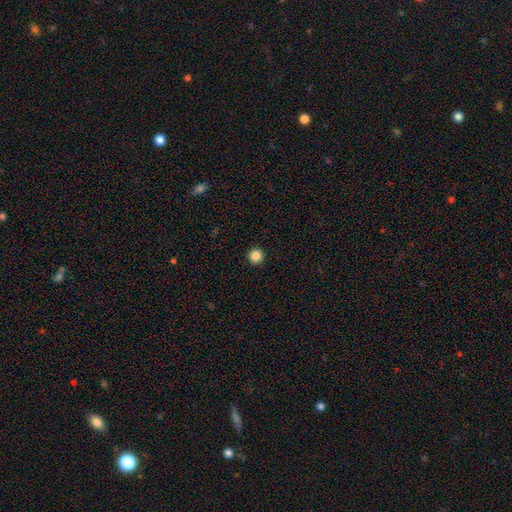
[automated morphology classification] type=smooth (85%); roundness=round (96%); merging=none (94%).